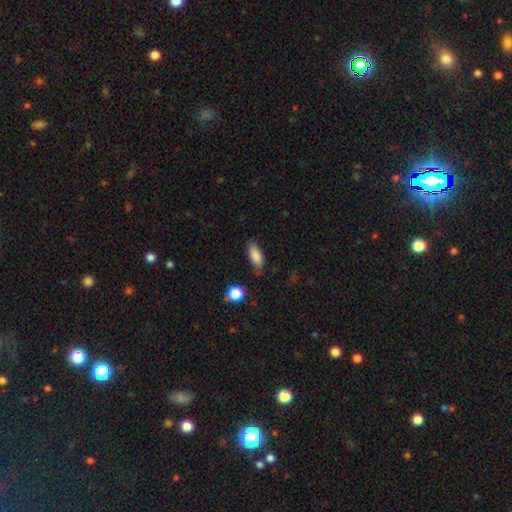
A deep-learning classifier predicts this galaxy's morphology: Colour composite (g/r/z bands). It shows a smooth galaxy with no disk features (86%) that is in between round and cigar-shaped (81%). Merging: none (72%).